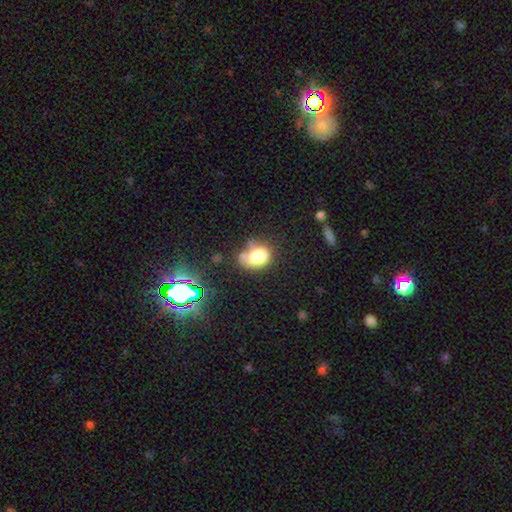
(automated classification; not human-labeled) This is likely a smooth galaxy (70%). How rounded: likely in between (66%). Merging: marginally none (31%).